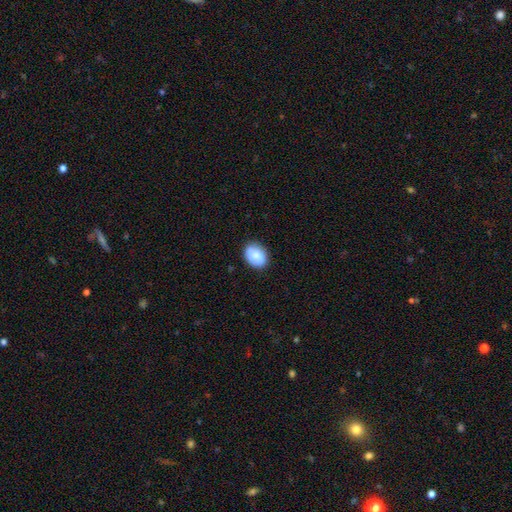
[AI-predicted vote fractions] Q: Smooth or featured?
A: smooth (83%); runner-up: featured or disk (10%)
Q: How rounded?
A: in between (73%); runner-up: round (26%)
Q: Merging?
A: none (86%); runner-up: minor disturbance (11%)